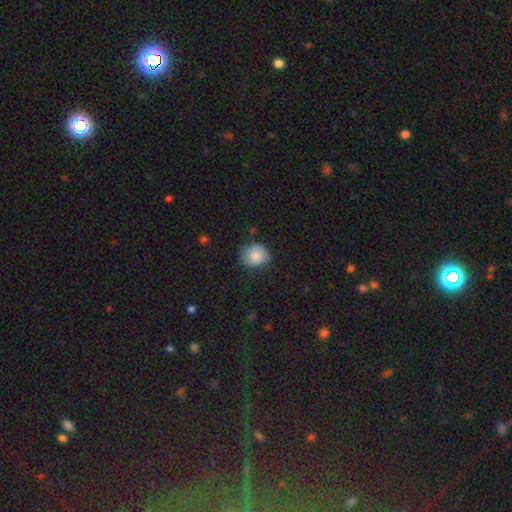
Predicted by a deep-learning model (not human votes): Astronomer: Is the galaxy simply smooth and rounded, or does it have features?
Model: smooth — 85%.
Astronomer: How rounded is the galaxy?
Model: round — 78%.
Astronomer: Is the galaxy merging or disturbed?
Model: none — 76%.